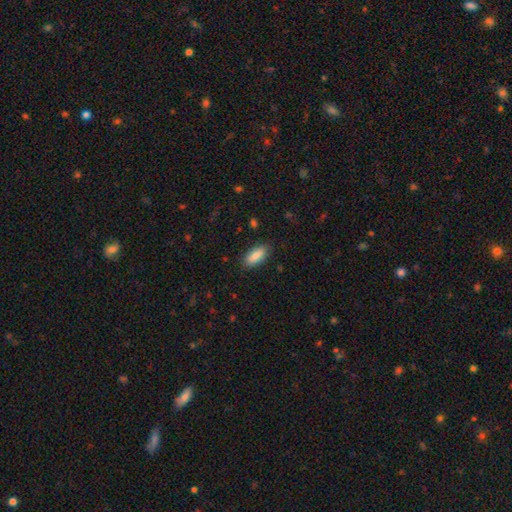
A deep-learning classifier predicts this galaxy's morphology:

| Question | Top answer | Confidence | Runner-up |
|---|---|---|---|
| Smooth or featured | smooth | 88% | star or artifact (6%) |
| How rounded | in between | 84% | cigar-shaped (14%) |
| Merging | none | 86% | minor disturbance (10%) |